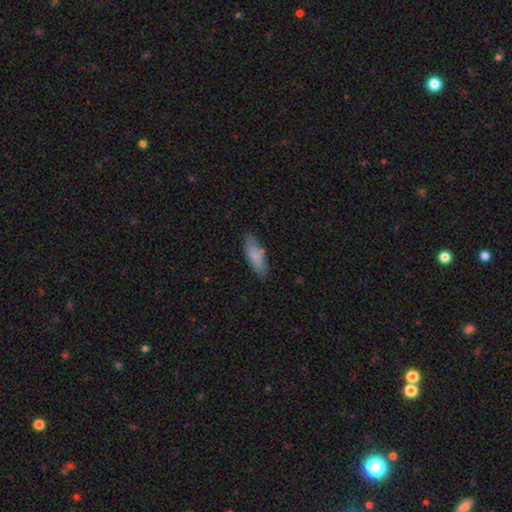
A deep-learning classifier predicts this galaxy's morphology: type=smooth (82%); roundness=in between (56%); merging=none (81%).